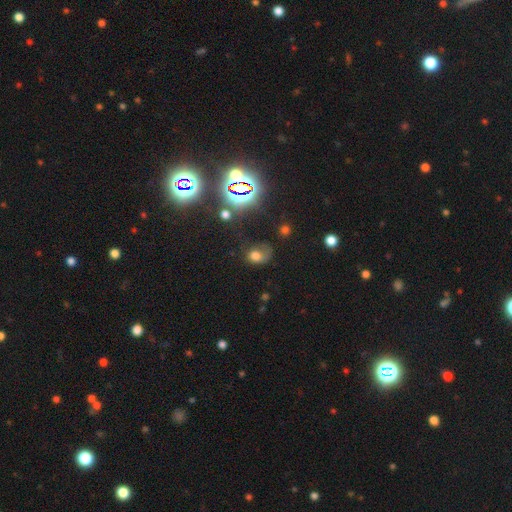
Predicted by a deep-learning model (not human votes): smooth 59%, star or artifact 21%, featured or disk 20%. Down the decision tree: how rounded — in between (59%); merging — major disturbance (36%).